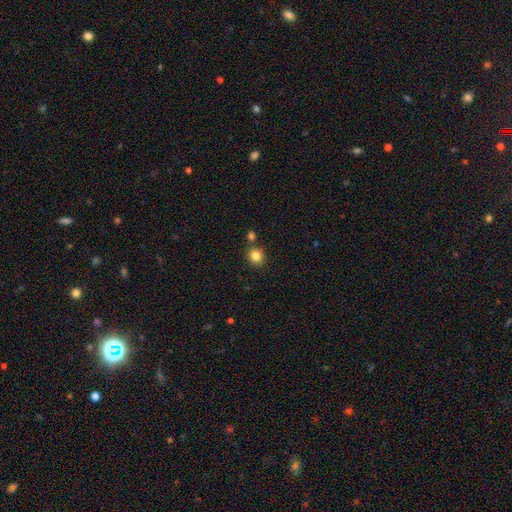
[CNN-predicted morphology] Smooth or featured? Predicted: smooth (p=0.84). How rounded? Predicted: round (p=0.85). Merging? Predicted: none (p=0.77).